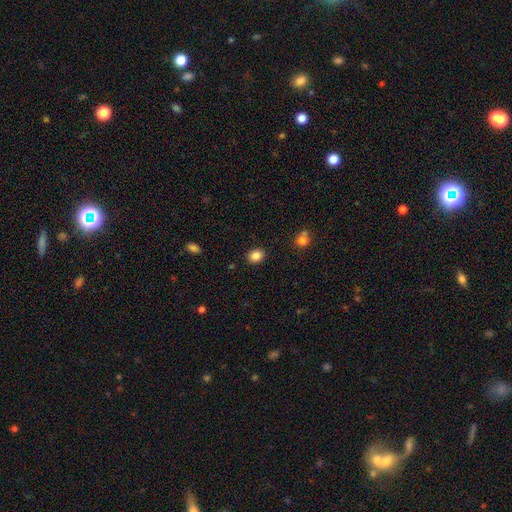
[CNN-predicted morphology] Smooth or featured? Predicted: smooth (p=0.86). How rounded? Predicted: round (p=0.60). Merging? Predicted: none (p=0.89).